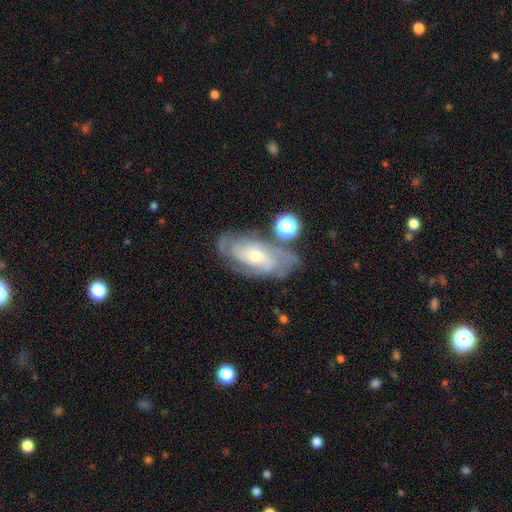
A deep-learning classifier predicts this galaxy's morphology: Smooth or featured?
  - featured or disk: 76% *
  - smooth: 16%
  - star or artifact: 8%
Edge-on disk?
  - no: 92% *
  - yes: 8%
Bar?
  - no: 68% *
  - weak: 25%
  - strong: 7%
Spiral arms?
  - yes: 89% *
  - no: 11%
Spiral winding?
  - tight: 54% *
  - medium: 35%
  - loose: 11%
Spiral arm count?
  - can't tell: 42% *
  - 2: 29%
  - 3: 16%
  - 4: 6%
  - 1: 4%
  - more than 4: 3%
Bulge size?
  - small: 49% *
  - moderate: 46%
  - large: 3%
  - none: 1%
  - dominant: 1%
Merging?
  - none: 63% *
  - minor disturbance: 20%
  - major disturbance: 9%
  - merger: 7%